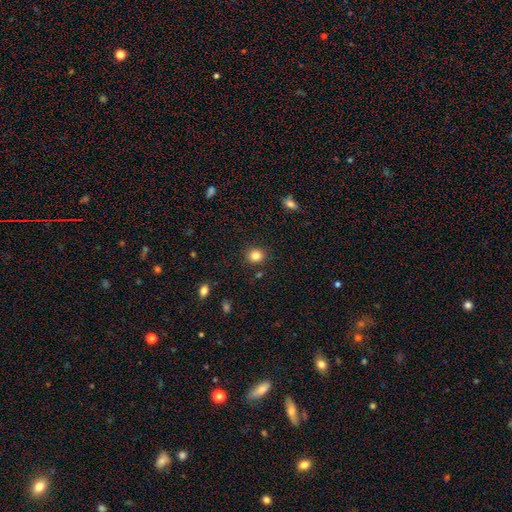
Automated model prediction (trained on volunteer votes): This appears to be a smooth galaxy with no disk features (83%) that is round (82%). Merging: none (88%).